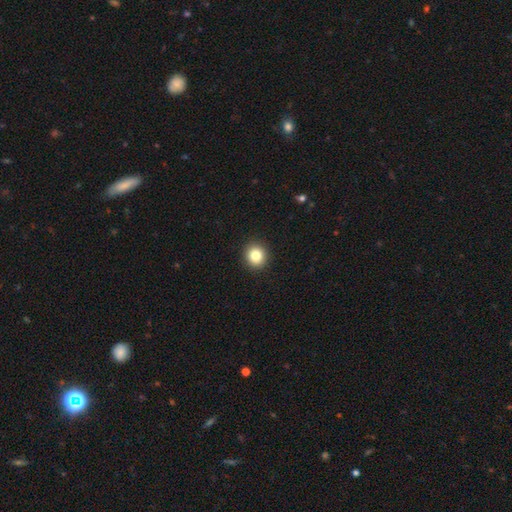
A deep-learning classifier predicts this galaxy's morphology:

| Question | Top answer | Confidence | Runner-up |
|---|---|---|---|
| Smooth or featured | smooth | 84% | star or artifact (10%) |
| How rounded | round | 87% | in between (12%) |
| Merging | none | 92% | minor disturbance (5%) |